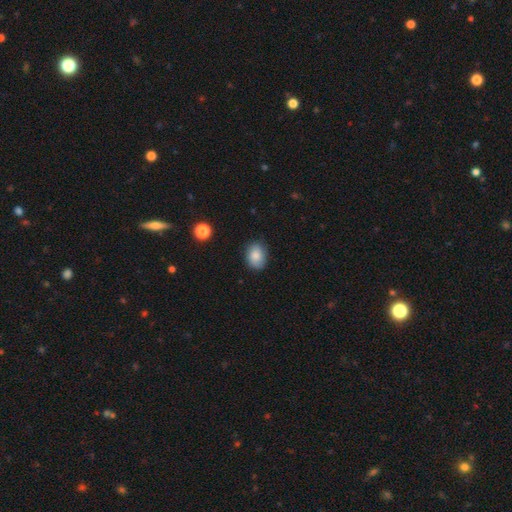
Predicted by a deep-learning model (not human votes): The model was most divided on "how rounded": in between: 68%, round: 31%, cigar-shaped: 1%. More confident: smooth or featured — smooth (84%); merging — none (81%).